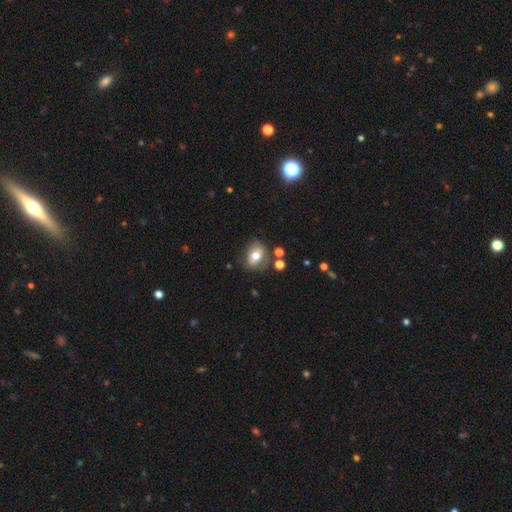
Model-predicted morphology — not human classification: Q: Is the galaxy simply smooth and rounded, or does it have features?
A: smooth — 68%.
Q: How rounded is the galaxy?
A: in between — 67%.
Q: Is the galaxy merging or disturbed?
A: none — 66%.